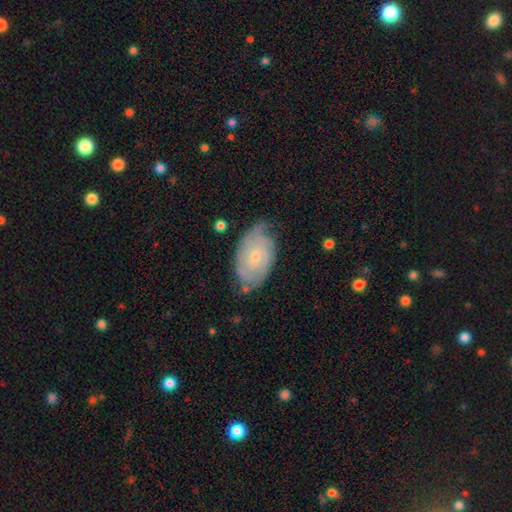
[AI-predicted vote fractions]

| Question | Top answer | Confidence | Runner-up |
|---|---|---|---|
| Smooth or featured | featured or disk | 74% | smooth (20%) |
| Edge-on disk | no | 96% | yes (4%) |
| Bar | no | 72% | weak (25%) |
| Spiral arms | yes | 90% | no (10%) |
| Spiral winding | tight | 70% | medium (23%) |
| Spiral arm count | can't tell | 44% | 2 (28%) |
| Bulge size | small | 68% | moderate (29%) |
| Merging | none | 65% | minor disturbance (26%) |